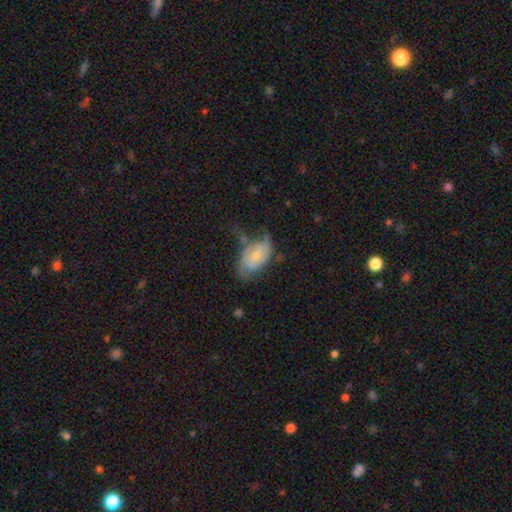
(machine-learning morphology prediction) Smooth or featured? Predicted: featured or disk (p=0.49). Merging? Predicted: none (p=0.36).